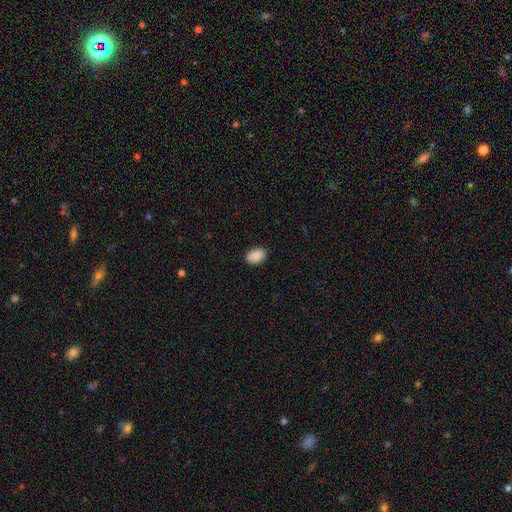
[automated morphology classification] Smooth or featured? Predicted: smooth (p=0.89). How rounded? Predicted: in between (p=0.90). Merging? Predicted: none (p=0.87).